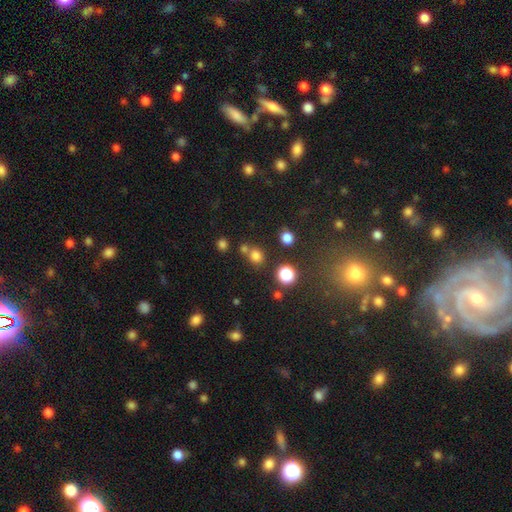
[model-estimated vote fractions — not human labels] A smooth galaxy with no disk features (73%) that is round (82%).

Vote fractions:
- Smooth or featured? smooth: 73% / star or artifact: 20% / featured or disk: 7%
- How rounded? round: 82% / in between: 17% / cigar-shaped: 1%
- Merging? none: 63% / merger: 24% / minor disturbance: 9% / major disturbance: 4%